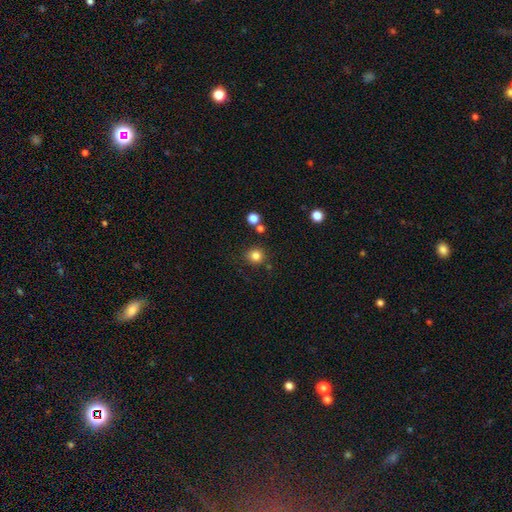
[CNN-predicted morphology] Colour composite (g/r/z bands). It shows a smooth galaxy with no disk features (82%) that is round (91%). Merging: none (84%).